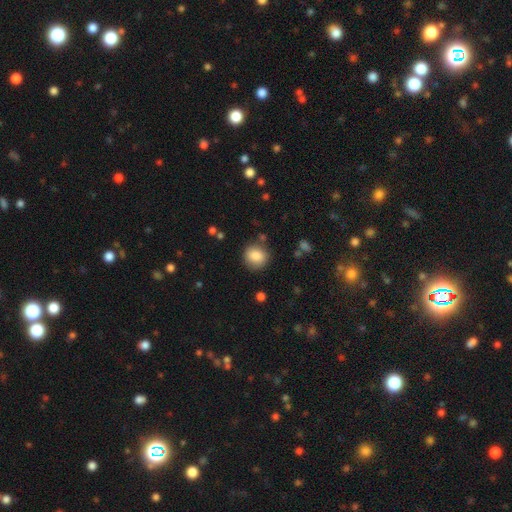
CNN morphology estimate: Q: Smooth or featured?
A: smooth (85%); runner-up: star or artifact (9%)
Q: How rounded?
A: round (82%); runner-up: in between (17%)
Q: Merging?
A: none (83%); runner-up: minor disturbance (11%)